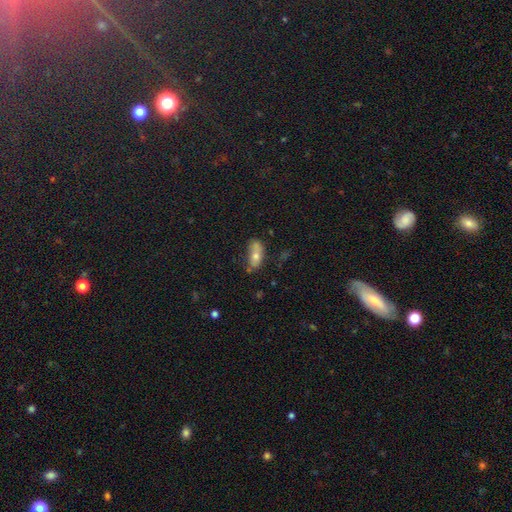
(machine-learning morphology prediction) Smooth or featured? Predicted: smooth (p=0.63). How rounded? Predicted: in between (p=0.80). Merging? Predicted: none (p=0.51).